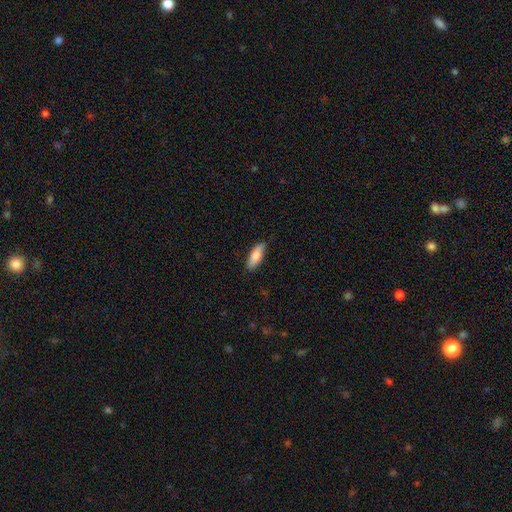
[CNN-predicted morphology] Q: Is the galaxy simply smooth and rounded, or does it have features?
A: smooth — 83%.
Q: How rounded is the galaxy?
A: in between — 65%.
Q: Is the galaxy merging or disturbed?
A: none — 85%.